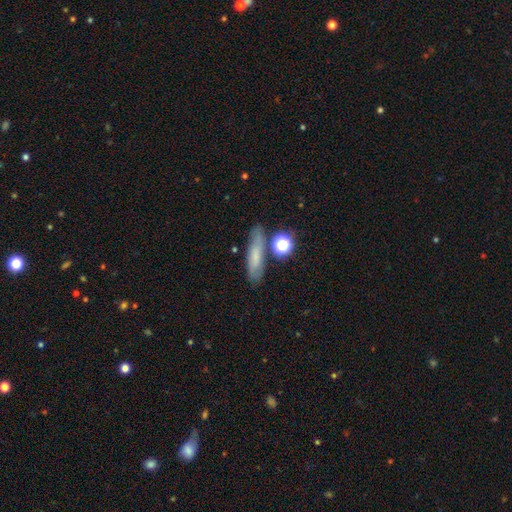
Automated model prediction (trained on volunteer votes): Smooth or featured: smooth — 63% (featured or disk — 25%)
How rounded: cigar-shaped — 65% (in between — 28%)
Merging: none — 72% (minor disturbance — 15%)